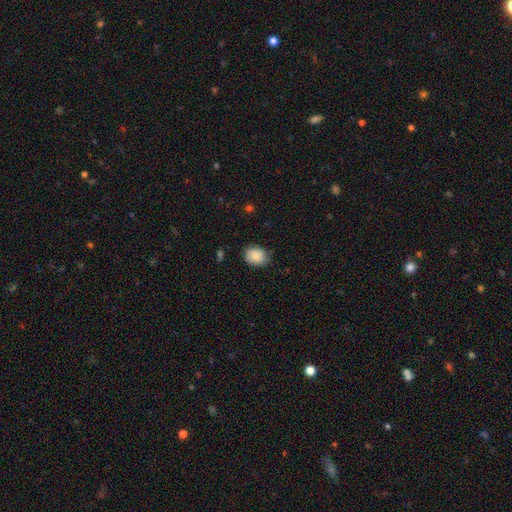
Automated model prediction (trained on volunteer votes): This is clearly a smooth galaxy (85%). How rounded: likely in between (62%). Merging: likely none (78%).